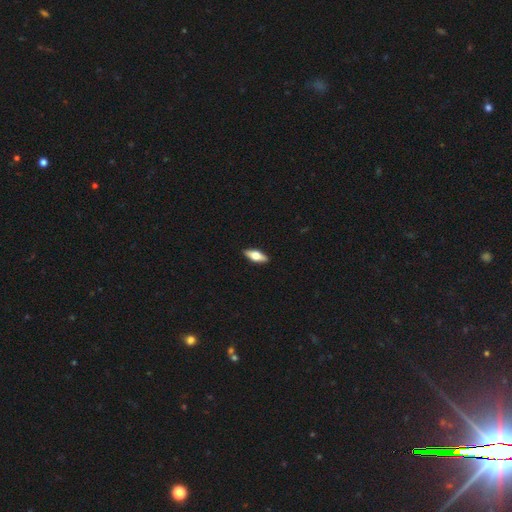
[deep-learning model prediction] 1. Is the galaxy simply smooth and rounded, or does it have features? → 55% smooth, 39% featured or disk, 6% star or artifact.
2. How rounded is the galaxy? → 70% in between, 27% cigar-shaped, 3% round.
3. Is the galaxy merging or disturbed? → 91% none, 7% minor disturbance, 1% major disturbance, 1% merger.